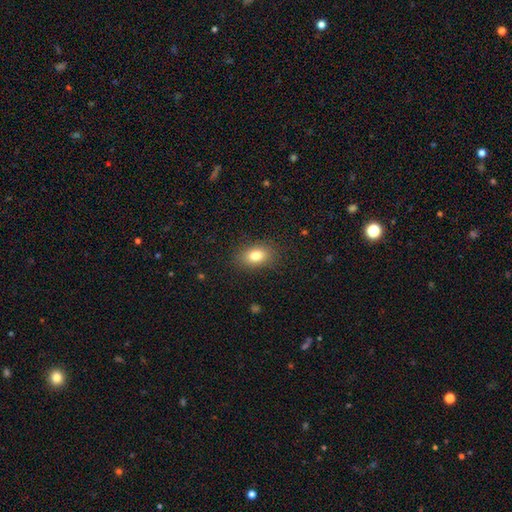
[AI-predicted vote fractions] This is clearly a smooth galaxy (82%). How rounded: clearly in between (81%). Merging: clearly none (86%).